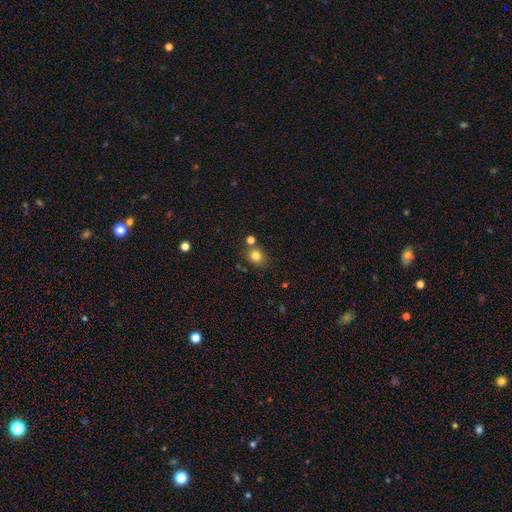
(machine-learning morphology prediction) This appears to be a smooth galaxy with no disk features (81%) that is round (70%). Merging: none (71%).